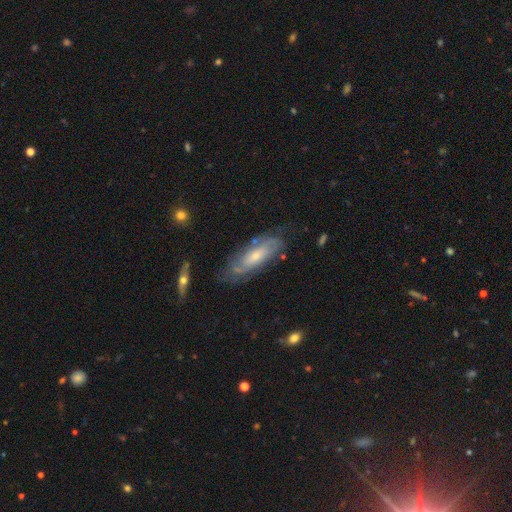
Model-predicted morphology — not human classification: The model was most divided on "bulge size": small: 53%, moderate: 39%, large: 4%, none: 3%, dominant: 1%. More confident: spiral arms — yes (82%); edge-on disk — no (80%); merging — none (68%); smooth or featured — featured or disk (66%); bar — no (66%).